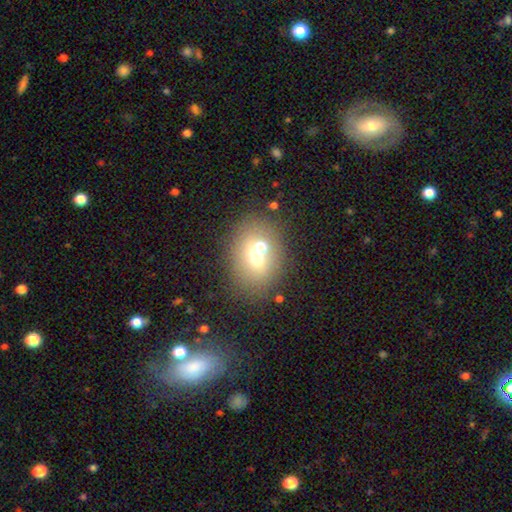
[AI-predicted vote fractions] smooth-or-featured: smooth: 61% | featured or disk: 24% | star or artifact: 16%
  how-rounded: round: 53% | in between: 46% | cigar-shaped: 1%
  merging: none: 54% | merger: 31% | minor disturbance: 10% | major disturbance: 5%